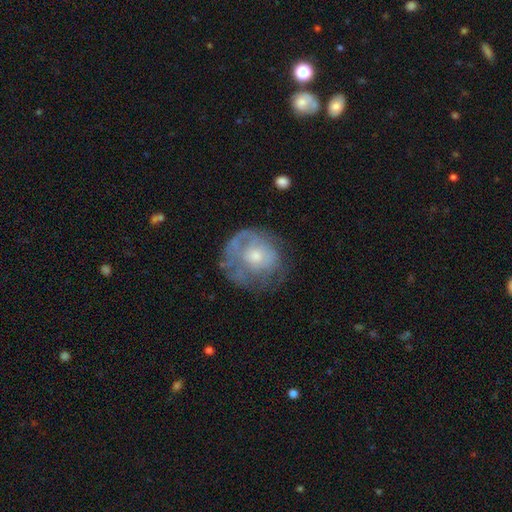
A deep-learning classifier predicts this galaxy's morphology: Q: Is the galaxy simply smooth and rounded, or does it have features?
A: featured or disk — 53%.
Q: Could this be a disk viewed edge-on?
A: no — 97%.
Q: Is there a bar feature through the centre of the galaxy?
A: no — 86%.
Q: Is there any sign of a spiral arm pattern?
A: no — 60%.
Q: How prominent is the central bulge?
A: small — 46%, tied with moderate.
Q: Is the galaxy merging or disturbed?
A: none — 54%.